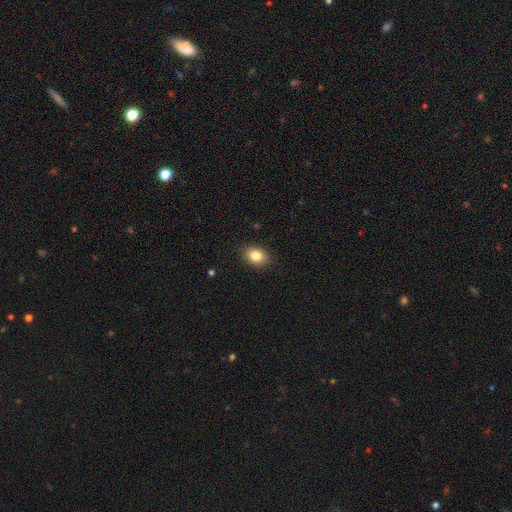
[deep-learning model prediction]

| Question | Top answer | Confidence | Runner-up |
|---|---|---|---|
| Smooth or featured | smooth | 84% | star or artifact (9%) |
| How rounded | in between | 65% | round (34%) |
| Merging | none | 88% | minor disturbance (9%) |